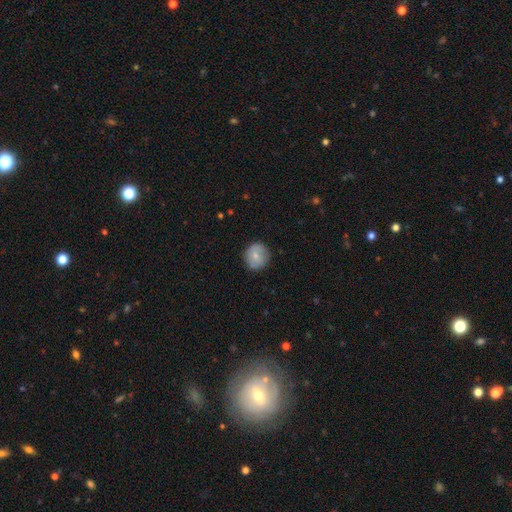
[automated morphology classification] A smooth galaxy with no disk features (70%) that is round (91%).

Vote fractions:
- Smooth or featured? smooth: 70% / featured or disk: 23% / star or artifact: 7%
- How rounded? round: 91% / in between: 8% / cigar-shaped: 1%
- Merging? none: 86% / minor disturbance: 11% / major disturbance: 2% / merger: 1%